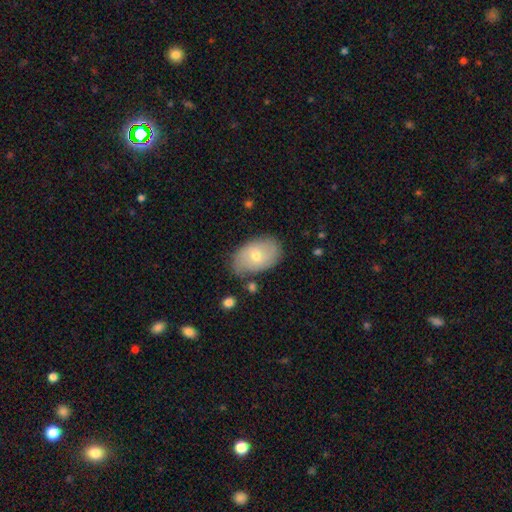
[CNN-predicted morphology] Q: Smooth or featured?
A: smooth (61%); runner-up: featured or disk (31%)
Q: How rounded?
A: in between (89%); runner-up: round (10%)
Q: Merging?
A: none (72%); runner-up: minor disturbance (20%)